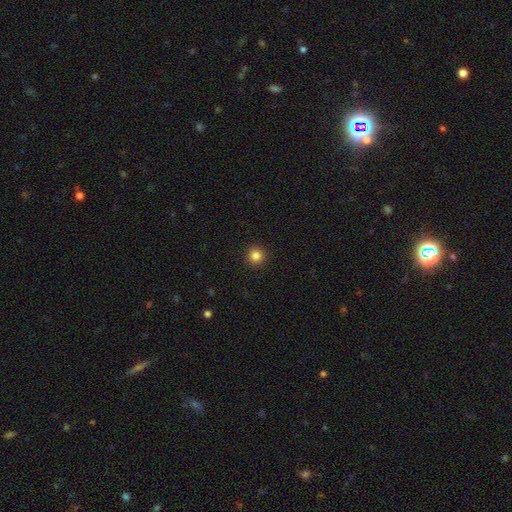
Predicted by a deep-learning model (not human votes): Morphology: type=smooth (84%); roundness=round (96%); merging=none (93%).